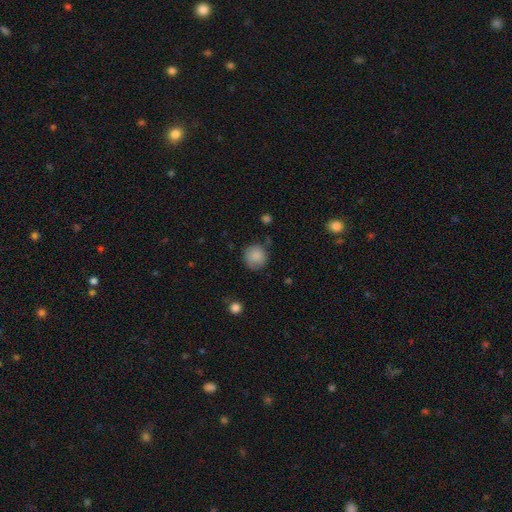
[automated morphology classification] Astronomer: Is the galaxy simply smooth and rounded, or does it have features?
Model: smooth — 87%.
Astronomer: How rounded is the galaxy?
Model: round — 91%.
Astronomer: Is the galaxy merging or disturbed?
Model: none — 79%.